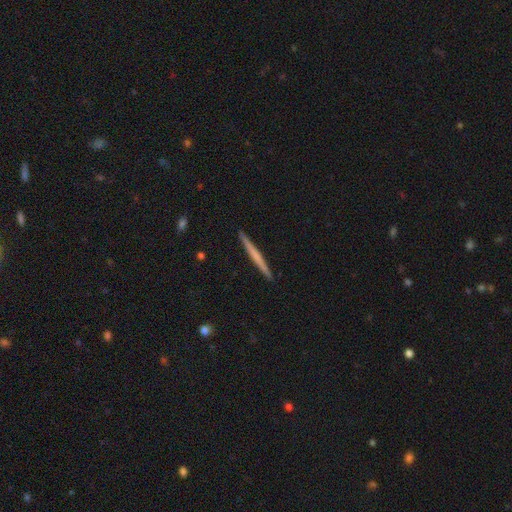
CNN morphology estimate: Smooth or featured? Predicted: smooth (p=0.50). Merging? Predicted: none (p=0.93).